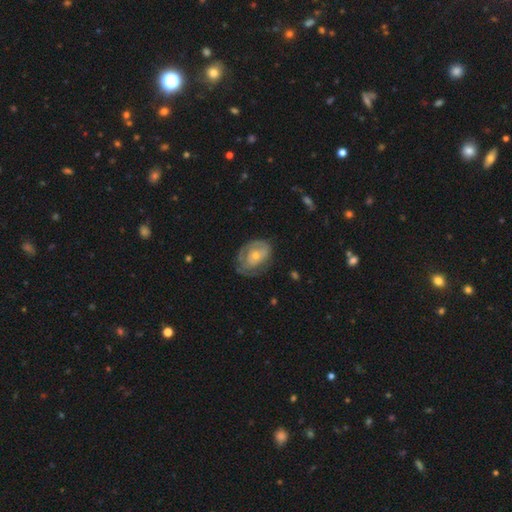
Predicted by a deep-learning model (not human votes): Smooth or featured?
  - featured or disk: 61% *
  - smooth: 34%
  - star or artifact: 6%
Edge-on disk?
  - no: 96% *
  - yes: 4%
Bar?
  - no: 80% *
  - weak: 17%
  - strong: 3%
Spiral arms?
  - yes: 62% *
  - no: 38%
Bulge size?
  - small: 57% *
  - moderate: 37%
  - large: 3%
  - none: 2%
  - dominant: 1%
Merging?
  - none: 52% *
  - minor disturbance: 28%
  - major disturbance: 18%
  - merger: 2%